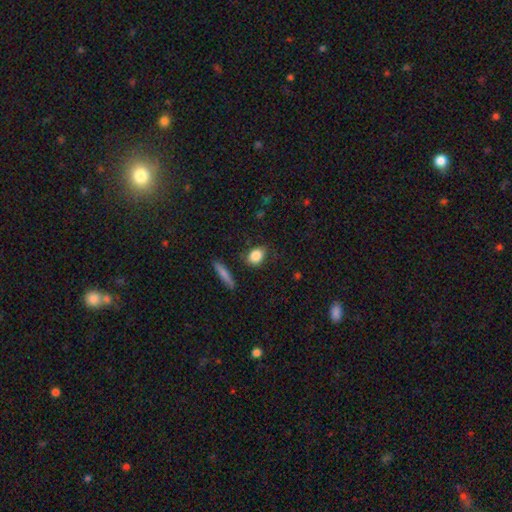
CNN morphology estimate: smooth_or_featured: smooth (p=0.86) [alt: star or artifact p=0.08]
how_rounded: in between (p=0.62) [alt: round p=0.34]
merging: none (p=0.80) [alt: minor disturbance p=0.13]